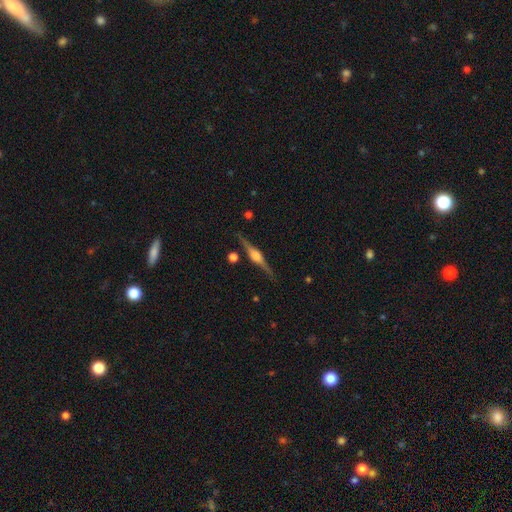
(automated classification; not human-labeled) The model was most divided on "smooth or featured": featured or disk: 85%, smooth: 10%, star or artifact: 6%. More confident: edge-on disk — yes (98%); merging — none (88%); edge-on bulge — rounded (87%).